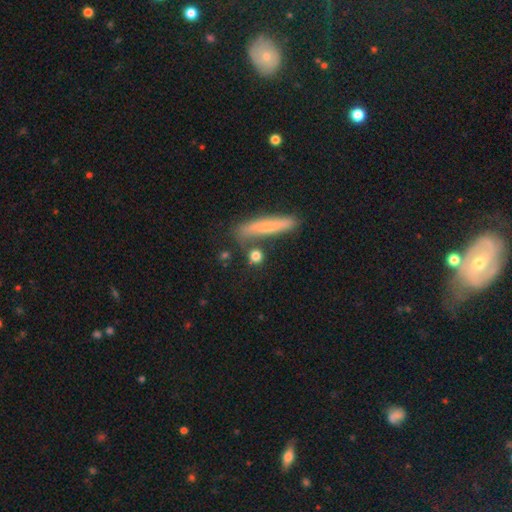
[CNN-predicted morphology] A smooth galaxy with no disk features (78%) that is round (67%).

Vote fractions:
- Smooth or featured? smooth: 78% / featured or disk: 13% / star or artifact: 10%
- How rounded? round: 67% / cigar-shaped: 17% / in between: 16%
- Merging? none: 70% / merger: 13% / minor disturbance: 11% / major disturbance: 5%